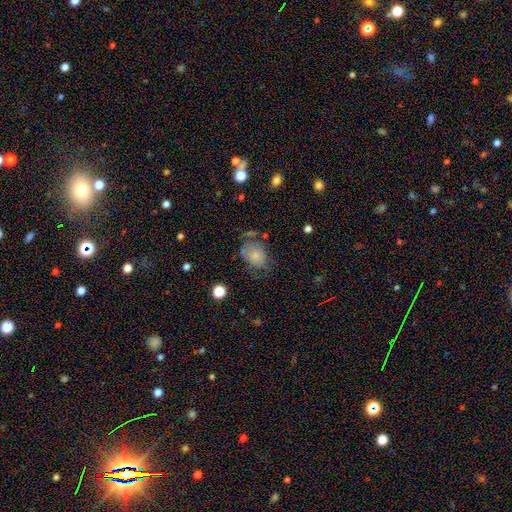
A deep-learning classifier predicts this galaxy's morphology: type=smooth (75%); roundness=in between (61%); merging=none (51%).